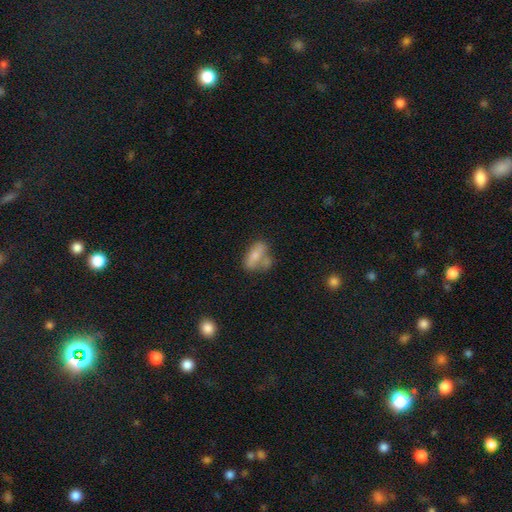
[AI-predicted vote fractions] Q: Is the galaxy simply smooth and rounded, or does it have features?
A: smooth — 61%.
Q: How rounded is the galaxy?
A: in between — 80%.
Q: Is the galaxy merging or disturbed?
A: none — 40%.